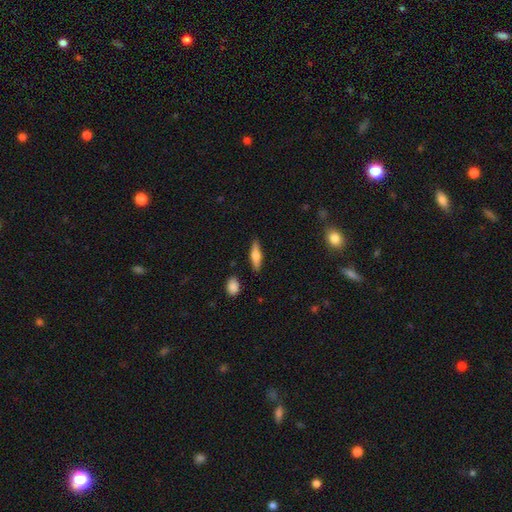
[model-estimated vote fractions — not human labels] smooth_or_featured: smooth (p=0.52) [alt: featured or disk p=0.42]
how_rounded: cigar-shaped (p=0.63) [alt: in between p=0.35]
merging: none (p=0.86) [alt: minor disturbance p=0.10]